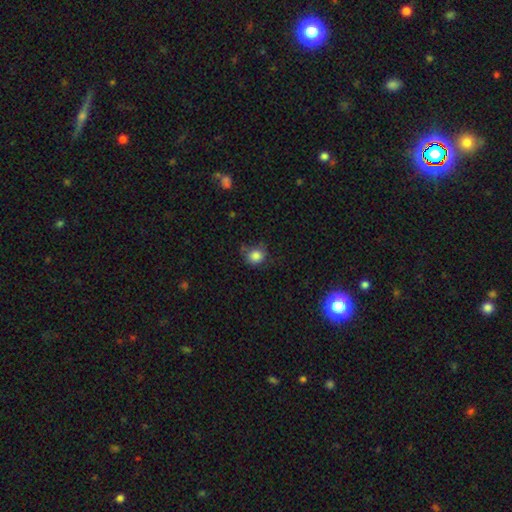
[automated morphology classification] This appears to be a smooth galaxy with no disk features (84%) that is round (76%). Merging: none (63%).